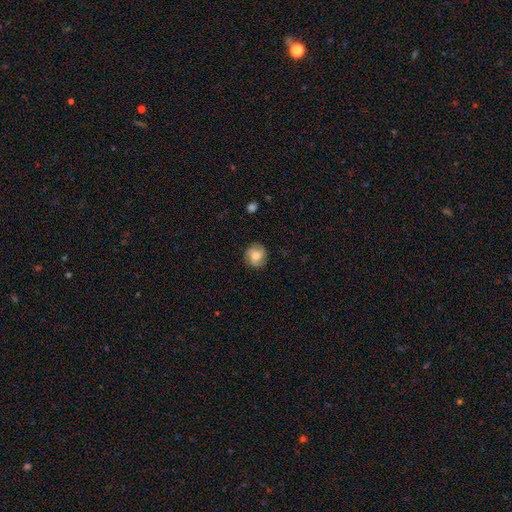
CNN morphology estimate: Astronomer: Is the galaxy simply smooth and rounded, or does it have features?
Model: featured or disk — 55% (runner-up: smooth, 37%).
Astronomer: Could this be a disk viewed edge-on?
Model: no — 98%.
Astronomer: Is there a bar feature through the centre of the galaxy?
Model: no — 64%.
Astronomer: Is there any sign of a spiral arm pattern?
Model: yes — 93%.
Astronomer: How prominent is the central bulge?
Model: moderate — 49% (runner-up: large, 25%).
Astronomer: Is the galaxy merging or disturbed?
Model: none — 83%.